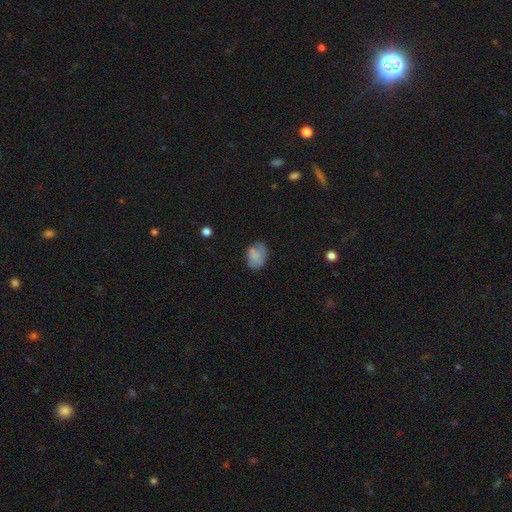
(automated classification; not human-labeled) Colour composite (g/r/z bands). It shows a smooth galaxy with no disk features (72%) that is in between round and cigar-shaped (68%). Merging: none (58%).